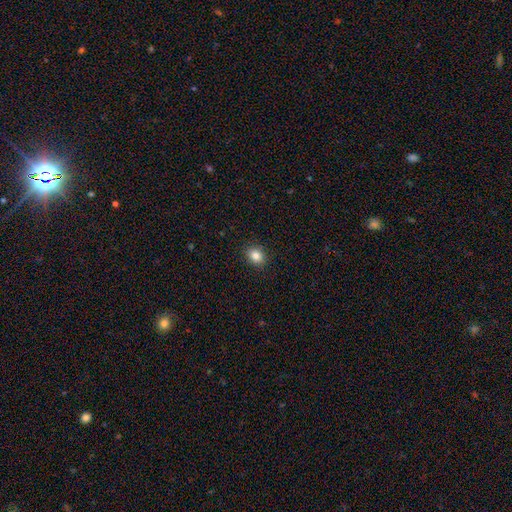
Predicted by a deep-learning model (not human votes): This is clearly a smooth galaxy (84%). How rounded: possibly in between (51%). Merging: clearly none (90%).